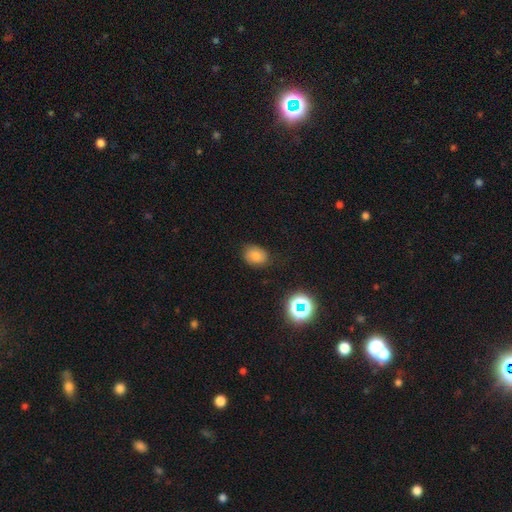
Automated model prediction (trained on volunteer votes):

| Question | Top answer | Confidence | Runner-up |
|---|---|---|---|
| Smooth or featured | smooth | 76% | star or artifact (14%) |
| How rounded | in between | 53% | round (46%) |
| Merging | none | 81% | minor disturbance (14%) |